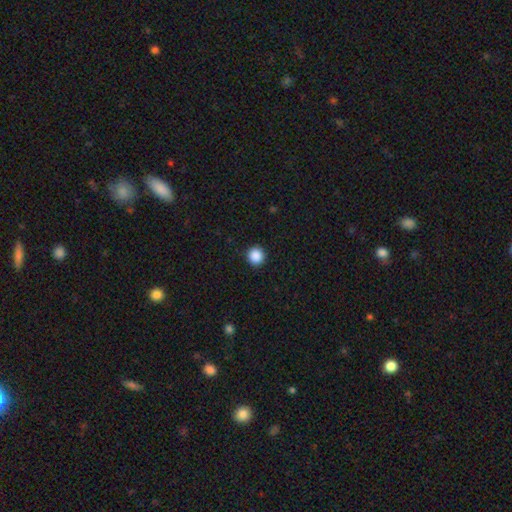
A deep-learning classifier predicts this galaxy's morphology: Smooth or featured: smooth — 88% (star or artifact — 10%)
How rounded: round — 95% (in between — 4%)
Merging: none — 92% (minor disturbance — 5%)